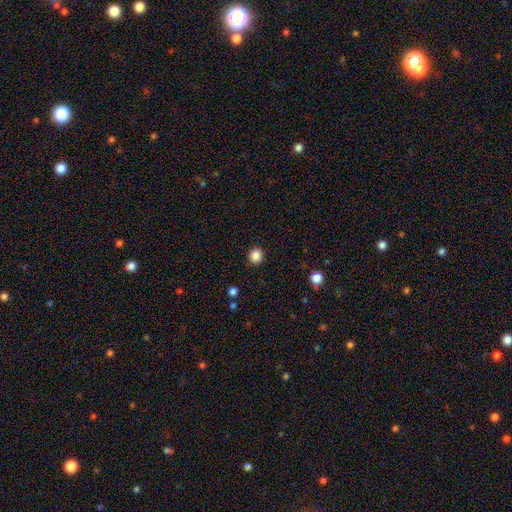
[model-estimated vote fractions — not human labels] Smooth or featured?
  - smooth: 87% *
  - star or artifact: 11%
  - featured or disk: 3%
How rounded?
  - round: 83% *
  - in between: 16%
  - cigar-shaped: 1%
Merging?
  - none: 91% *
  - minor disturbance: 6%
  - major disturbance: 2%
  - merger: 1%